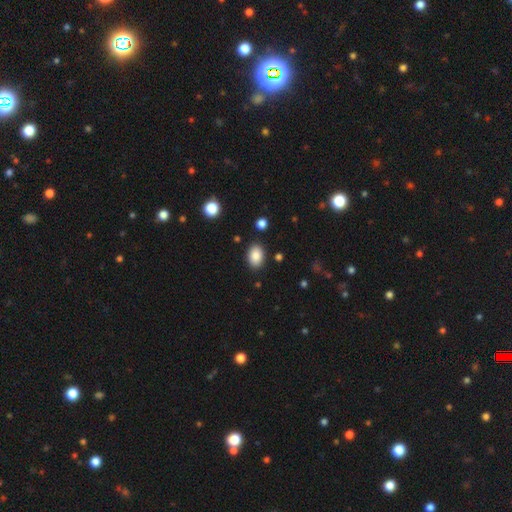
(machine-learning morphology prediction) Q: Smooth or featured?
A: smooth (87%); runner-up: star or artifact (8%)
Q: How rounded?
A: in between (84%); runner-up: round (15%)
Q: Merging?
A: none (86%); runner-up: minor disturbance (9%)